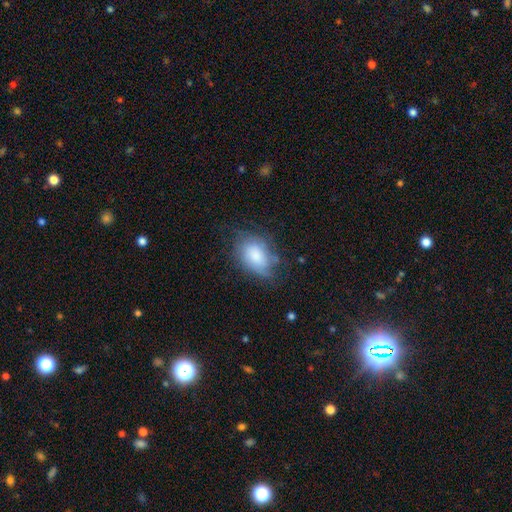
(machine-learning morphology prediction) smooth 68%, featured or disk 24%, star or artifact 8%. Down the decision tree: how rounded — in between (84%); merging — none (52%).